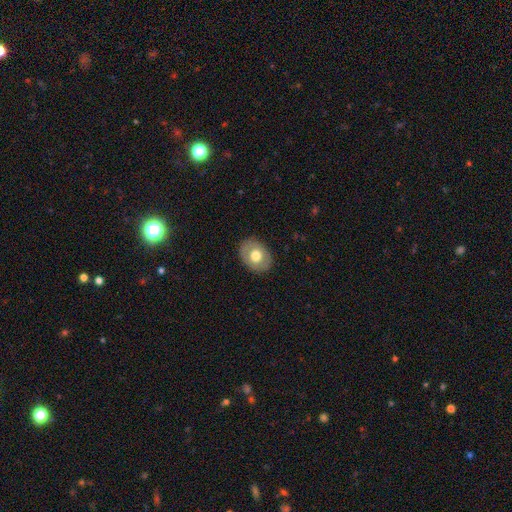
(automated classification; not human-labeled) Overall: smooth (61%; featured or disk 32%). How rounded: in between (61%; round 38%). Merging: none (86%).